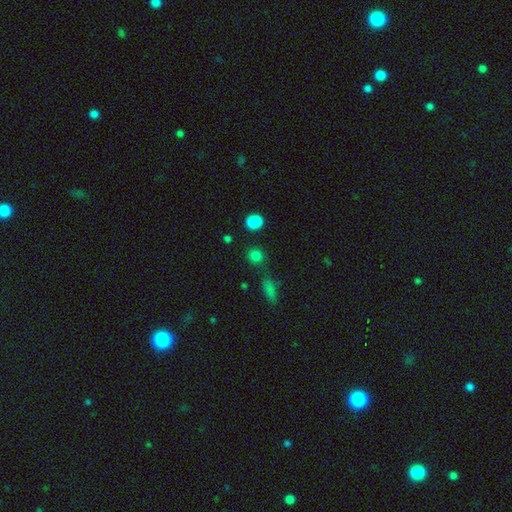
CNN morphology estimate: This is clearly a smooth galaxy (83%). How rounded: clearly round (81%). Merging: clearly none (80%).